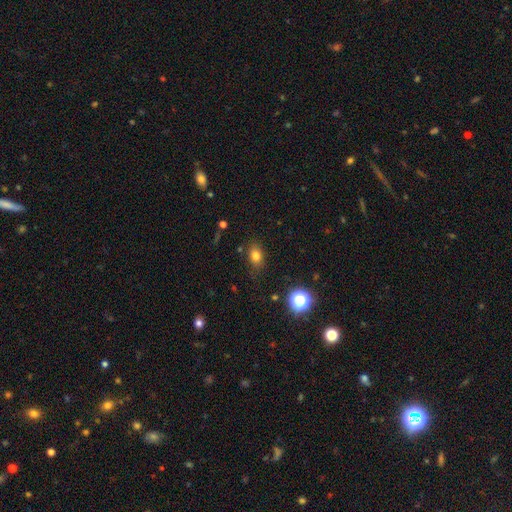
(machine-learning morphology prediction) The model was most divided on "how rounded": in between: 72%, round: 26%, cigar-shaped: 2%. More confident: merging — none (80%); smooth or featured — smooth (77%).